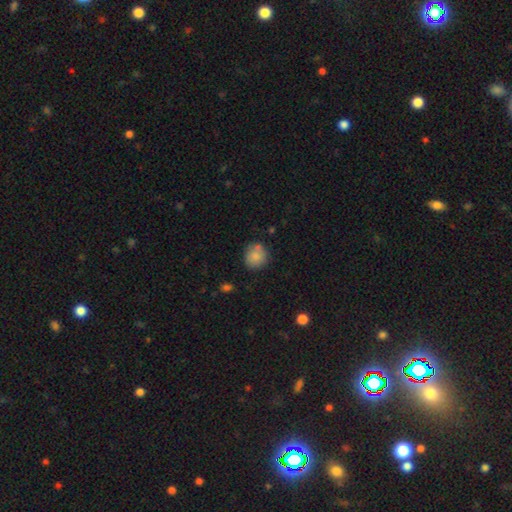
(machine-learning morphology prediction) Overall: smooth (83%). How rounded: round (83%). Merging: none (71%).